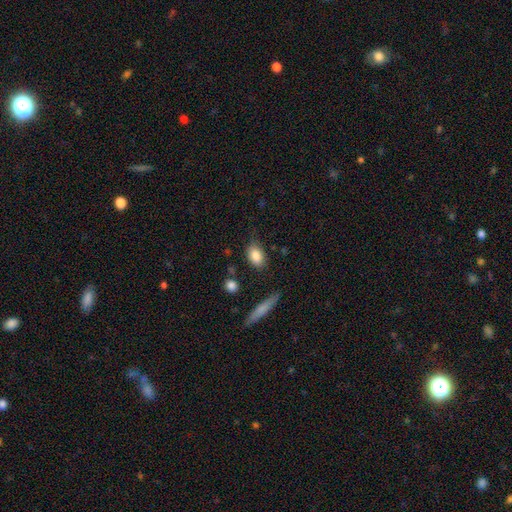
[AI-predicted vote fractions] Smooth or featured? smooth (84%)
How rounded? in between (84%)
Merging? none (75%)